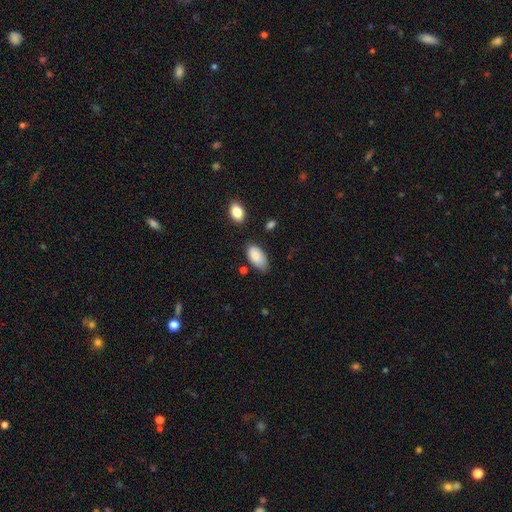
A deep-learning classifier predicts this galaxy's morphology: The model was most divided on "merging": none: 66%, minor disturbance: 26%, major disturbance: 5%, merger: 4%. More confident: how rounded — in between (95%); smooth or featured — smooth (86%).